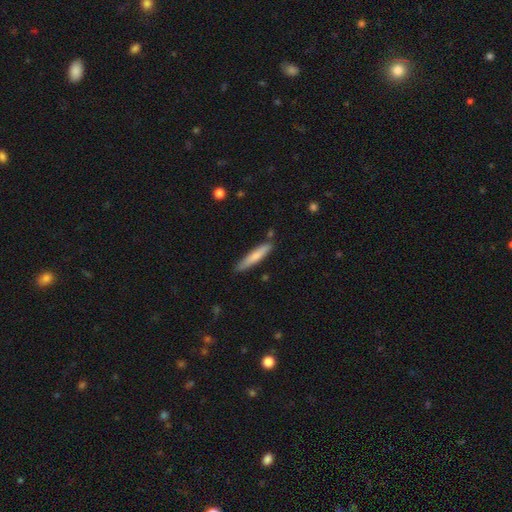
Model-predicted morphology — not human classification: A smooth galaxy with no disk features (73%) that is cigar-shaped (90%).

Vote fractions:
- Smooth or featured? smooth: 73% / featured or disk: 22% / star or artifact: 5%
- How rounded? cigar-shaped: 90% / in between: 9% / round: 1%
- Merging? none: 81% / minor disturbance: 13% / merger: 3% / major disturbance: 2%